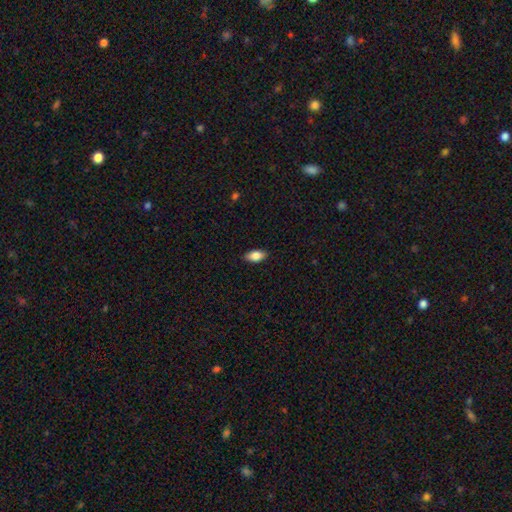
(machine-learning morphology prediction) This is clearly a smooth galaxy (83%). How rounded: clearly in between (90%). Merging: clearly none (87%).